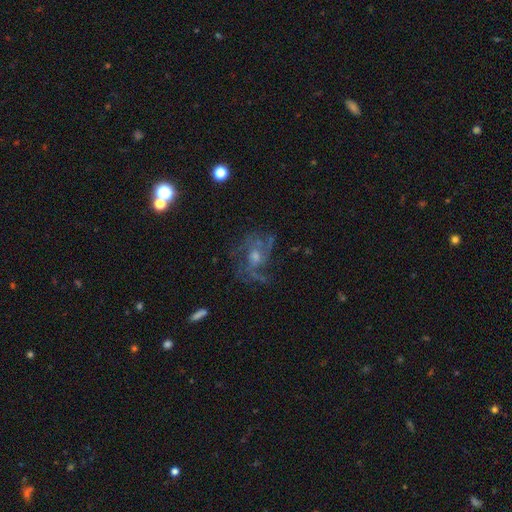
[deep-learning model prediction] smooth_or_featured: featured or disk (p=0.77) [alt: star or artifact p=0.12]
disk_edge_on: no (p=0.97) [alt: yes p=0.03]
bar: no (p=0.71) [alt: weak p=0.25]
has_spiral_arms: yes (p=0.87) [alt: no p=0.13]
spiral_winding: medium (p=0.48) [alt: loose p=0.27]
spiral_arm_count: can't tell (p=0.28) [alt: 3 p=0.27]
bulge_size: moderate (p=0.50) [alt: small p=0.38]
merging: none (p=0.57) [alt: major disturbance p=0.23]